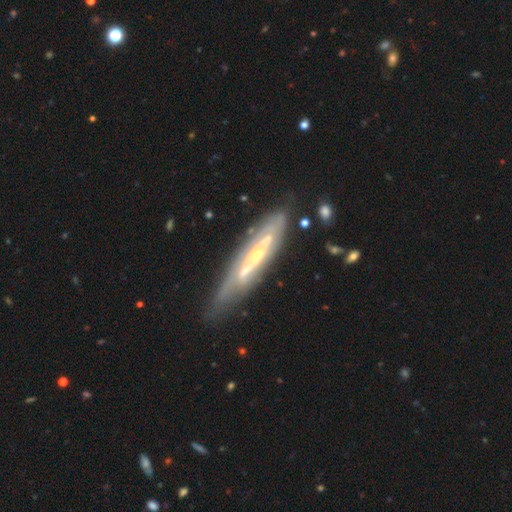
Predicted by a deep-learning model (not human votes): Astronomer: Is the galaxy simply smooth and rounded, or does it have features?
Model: featured or disk — 77%.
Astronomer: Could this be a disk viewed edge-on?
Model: yes — 56% (runner-up: no, 44%).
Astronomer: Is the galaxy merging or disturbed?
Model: none — 67%.